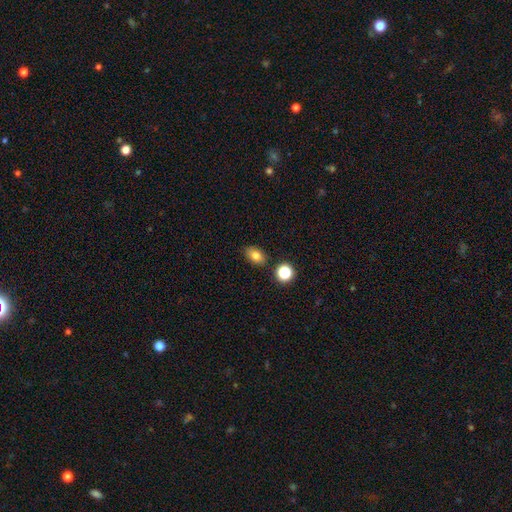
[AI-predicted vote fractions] Smooth or featured: smooth — 79% (star or artifact — 12%)
How rounded: in between — 79% (round — 19%)
Merging: none — 83% (minor disturbance — 10%)